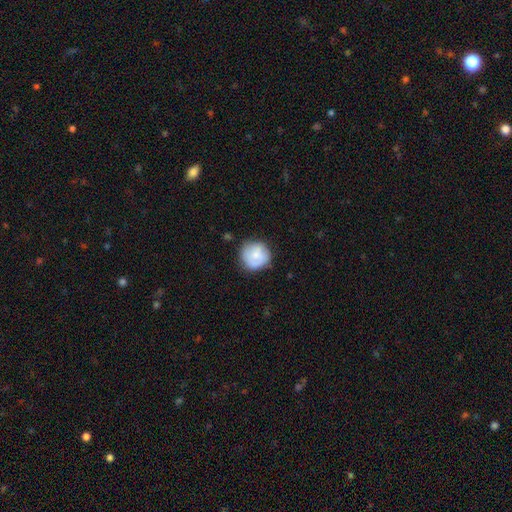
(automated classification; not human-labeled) smooth 71%, featured or disk 23%, star or artifact 7%. Down the decision tree: how rounded — round (92%); merging — none (74%).